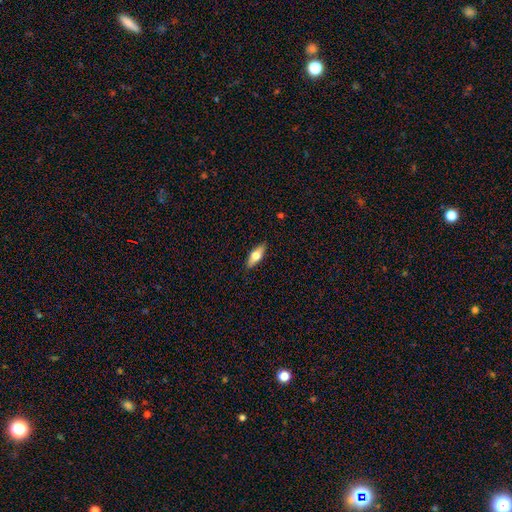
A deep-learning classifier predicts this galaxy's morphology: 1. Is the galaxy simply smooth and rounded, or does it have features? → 59% smooth, 34% featured or disk, 6% star or artifact.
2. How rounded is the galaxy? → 66% in between, 31% cigar-shaped, 3% round.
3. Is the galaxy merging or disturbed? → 89% none, 9% minor disturbance, 2% major disturbance, 1% merger.